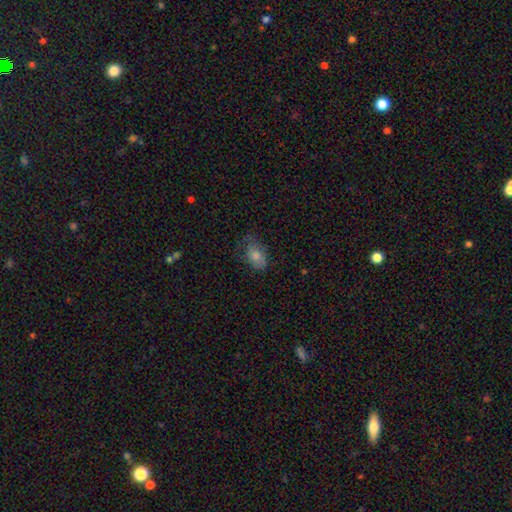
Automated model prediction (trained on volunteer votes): Morphology: type=smooth (68%); roundness=in between (83%); merging=none (59%).